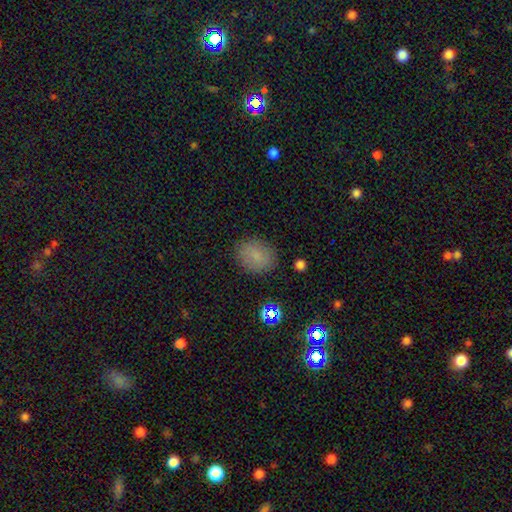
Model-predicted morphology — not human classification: This appears to be a smooth galaxy with no disk features (79%) that is round (54%). Merging: none (86%).